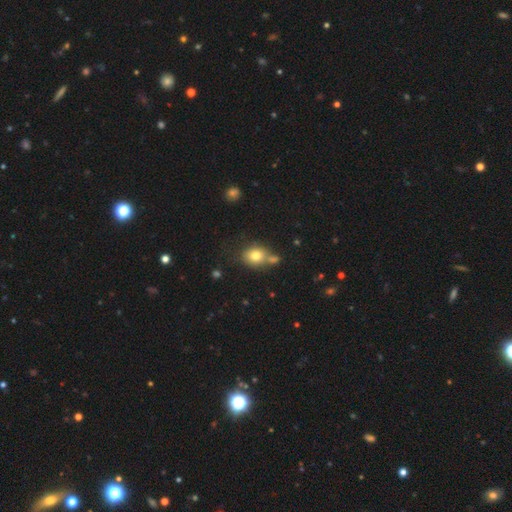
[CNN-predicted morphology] Smooth or featured? smooth (77%)
How rounded? round (56%)
Merging? none (53%)